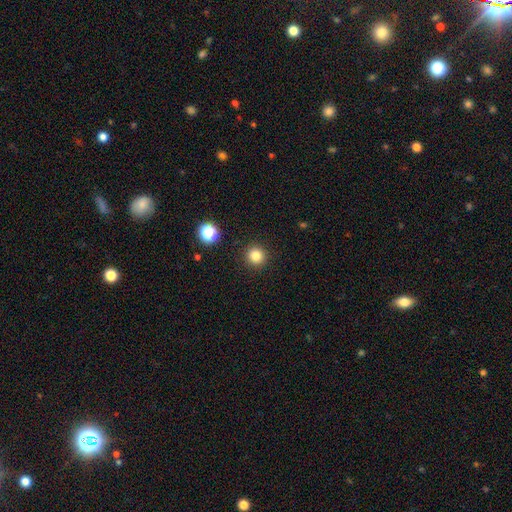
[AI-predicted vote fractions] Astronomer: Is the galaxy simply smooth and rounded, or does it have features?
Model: smooth — 82%.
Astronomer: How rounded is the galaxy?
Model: round — 95%.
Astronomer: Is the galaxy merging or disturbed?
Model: none — 92%.